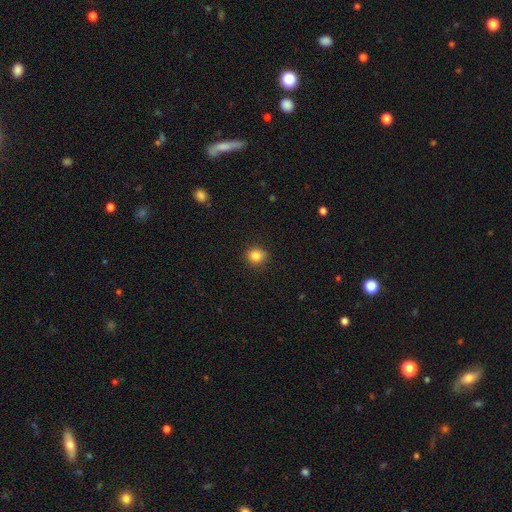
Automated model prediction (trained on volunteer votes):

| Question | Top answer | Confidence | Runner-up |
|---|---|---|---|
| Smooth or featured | smooth | 85% | star or artifact (11%) |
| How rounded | round | 84% | in between (15%) |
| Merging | none | 87% | minor disturbance (10%) |